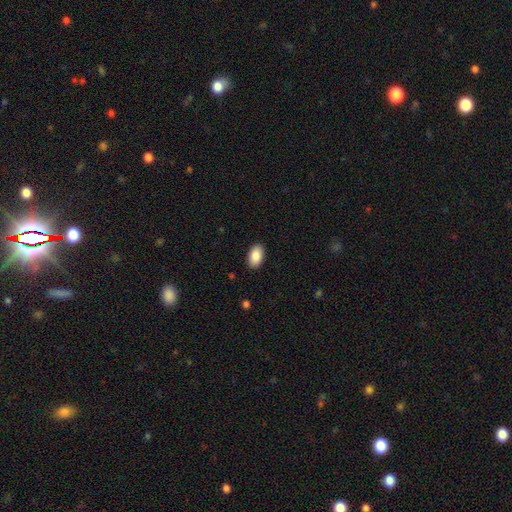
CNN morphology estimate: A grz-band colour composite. It shows a smooth galaxy with no disk features (88%) that is in between round and cigar-shaped (94%). Merging: none (89%).